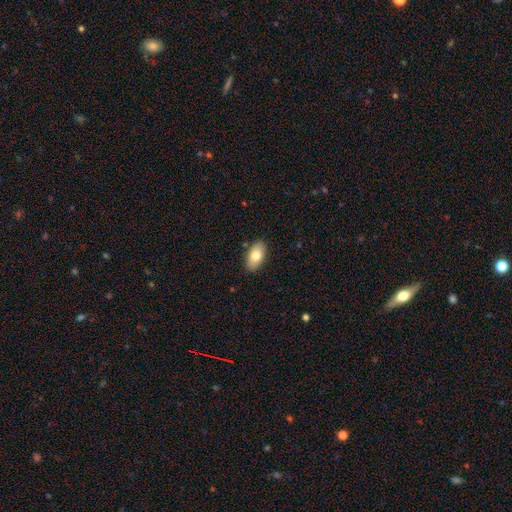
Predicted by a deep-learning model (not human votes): Smooth or featured?
  - smooth: 77% *
  - featured or disk: 16%
  - star or artifact: 7%
How rounded?
  - in between: 94% *
  - round: 4%
  - cigar-shaped: 2%
Merging?
  - none: 87% *
  - minor disturbance: 9%
  - major disturbance: 2%
  - merger: 1%